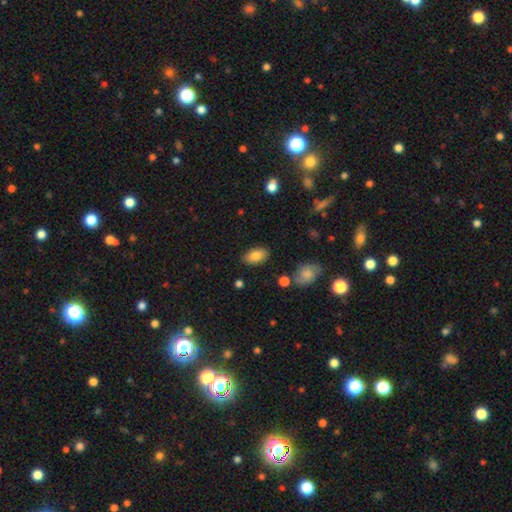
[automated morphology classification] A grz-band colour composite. It shows a smooth galaxy with no disk features (81%) that is in between round and cigar-shaped (92%). Merging: none (83%).